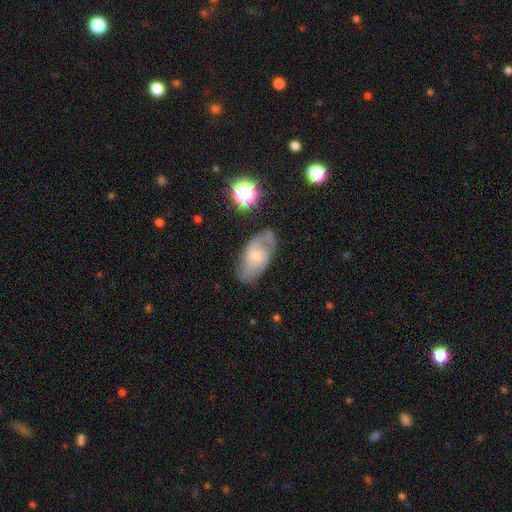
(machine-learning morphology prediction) Smooth or featured? featured or disk (65%)
Edge-on disk? no (93%)
Bar? no (56%)
Spiral arms? yes (83%)
Spiral winding? medium (46%)
Spiral arm count? 2 (62%)
Bulge size? small (54%)
Merging? none (66%)